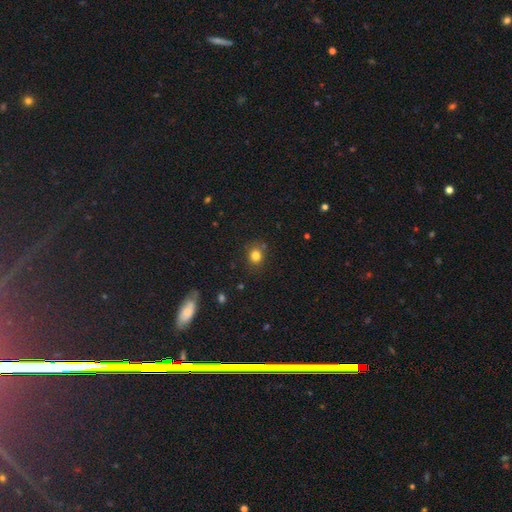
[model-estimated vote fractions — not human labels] Smooth or featured? Predicted: smooth (p=0.80). How rounded? Predicted: round (p=0.77). Merging? Predicted: none (p=0.81).